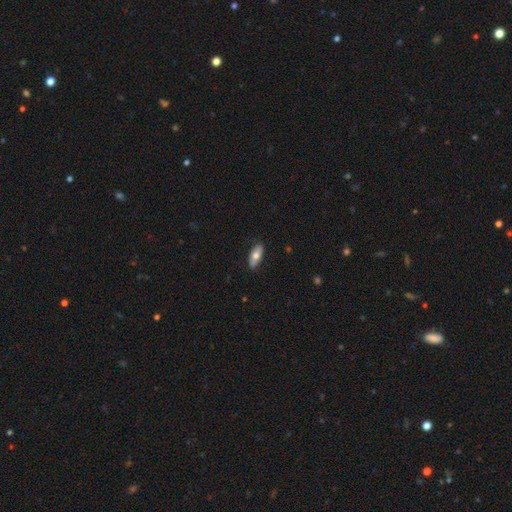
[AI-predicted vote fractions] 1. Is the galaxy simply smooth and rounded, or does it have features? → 67% smooth, 27% featured or disk, 6% star or artifact.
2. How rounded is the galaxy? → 83% in between, 14% cigar-shaped, 3% round.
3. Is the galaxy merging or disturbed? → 85% none, 12% minor disturbance, 2% major disturbance, 1% merger.